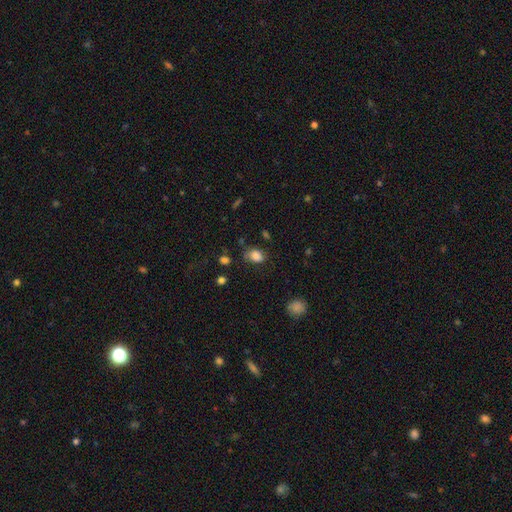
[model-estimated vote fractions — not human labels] smooth-or-featured: smooth: 82% | star or artifact: 10% | featured or disk: 8%
  how-rounded: in between: 73% | round: 26% | cigar-shaped: 1%
  merging: none: 58% | minor disturbance: 29% | major disturbance: 10% | merger: 3%